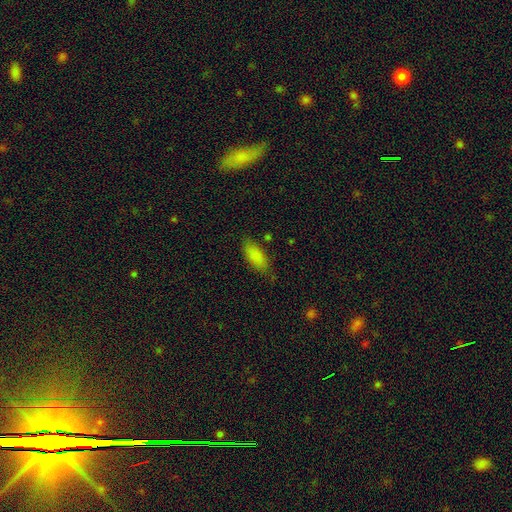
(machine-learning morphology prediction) This is clearly a smooth galaxy (85%). How rounded: clearly in between (82%). Merging: likely none (78%).